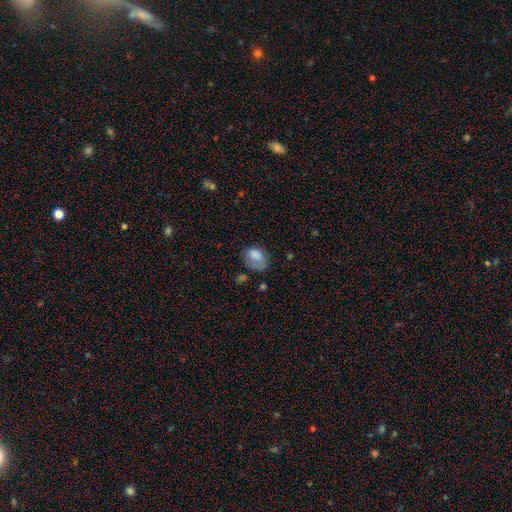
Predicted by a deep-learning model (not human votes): Smooth or featured: smooth — 71% (featured or disk — 20%)
How rounded: in between — 66% (round — 33%)
Merging: none — 41% (minor disturbance — 29%)